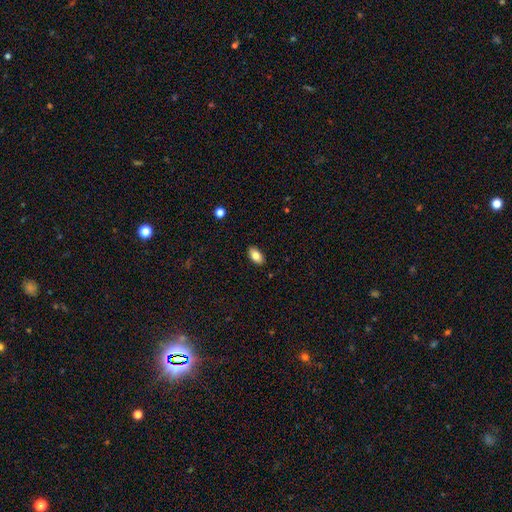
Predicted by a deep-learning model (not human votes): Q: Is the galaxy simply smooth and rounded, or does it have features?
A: smooth — 80%.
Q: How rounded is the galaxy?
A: in between — 92%.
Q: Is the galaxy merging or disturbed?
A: none — 88%.